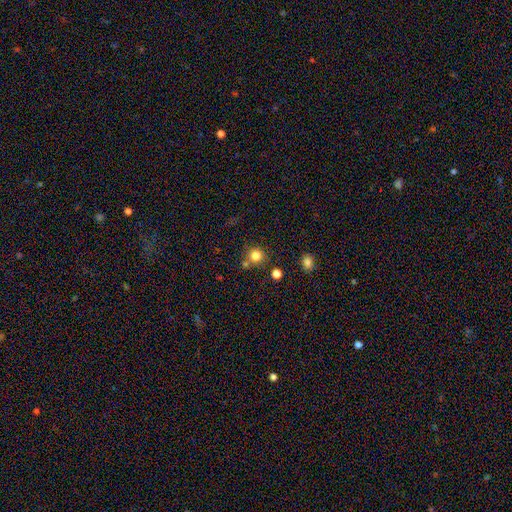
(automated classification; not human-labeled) A smooth galaxy with no disk features (81%) that is round (92%).

Vote fractions:
- Smooth or featured? smooth: 81% / star or artifact: 13% / featured or disk: 6%
- How rounded? round: 92% / in between: 7% / cigar-shaped: 1%
- Merging? none: 70% / merger: 16% / minor disturbance: 10% / major disturbance: 4%